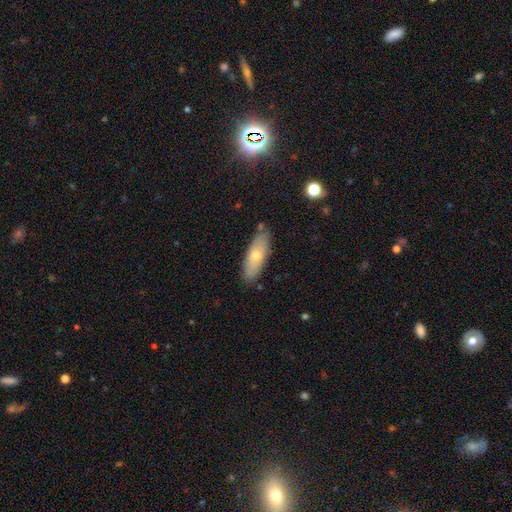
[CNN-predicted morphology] Smooth or featured? Predicted: smooth (p=0.60). How rounded? Predicted: in between (p=0.62). Merging? Predicted: none (p=0.83).